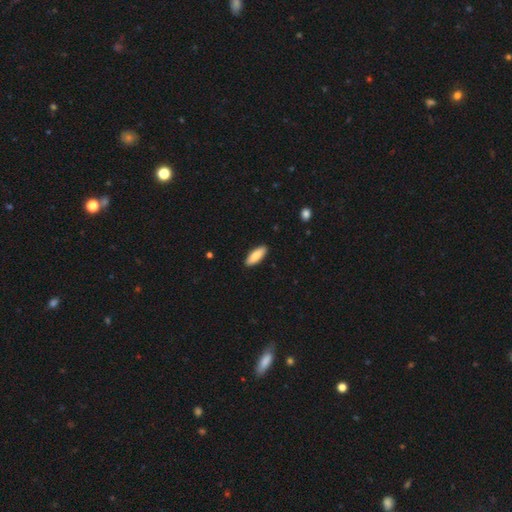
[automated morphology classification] Smooth or featured? smooth (87%)
How rounded? in between (65%)
Merging? none (90%)